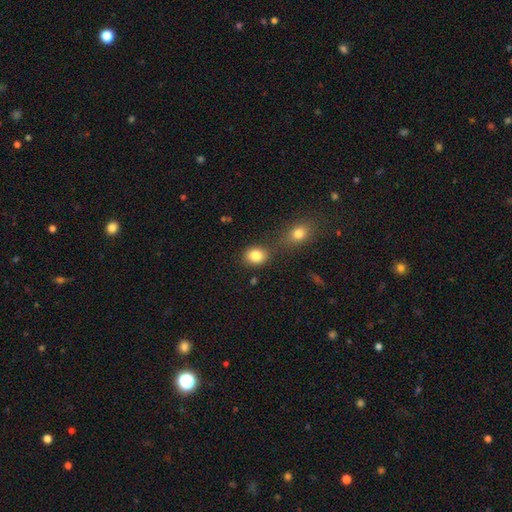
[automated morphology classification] Smooth or featured? smooth (84%)
How rounded? round (53%)
Merging? none (71%)